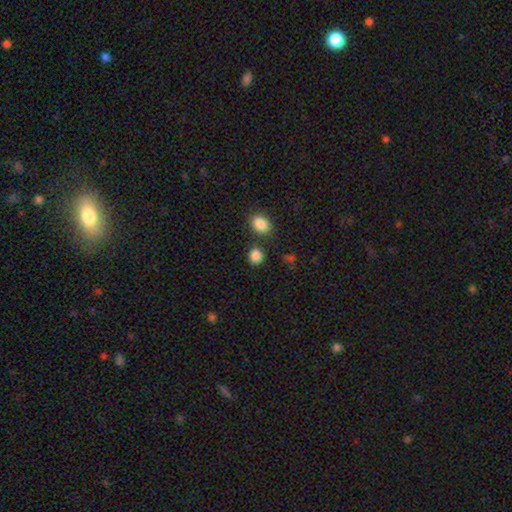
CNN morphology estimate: Smooth or featured?
  - smooth: 87% *
  - star or artifact: 10%
  - featured or disk: 4%
How rounded?
  - round: 80% *
  - in between: 19%
  - cigar-shaped: 1%
Merging?
  - none: 79% *
  - merger: 9%
  - minor disturbance: 9%
  - major disturbance: 3%